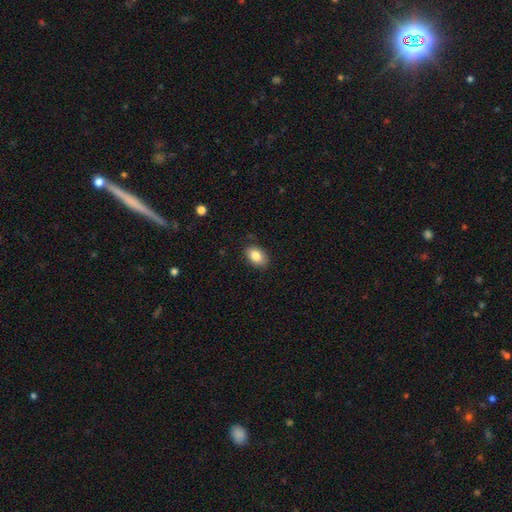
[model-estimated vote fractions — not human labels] Smooth or featured? Predicted: smooth (p=0.85). How rounded? Predicted: in between (p=0.86). Merging? Predicted: none (p=0.86).